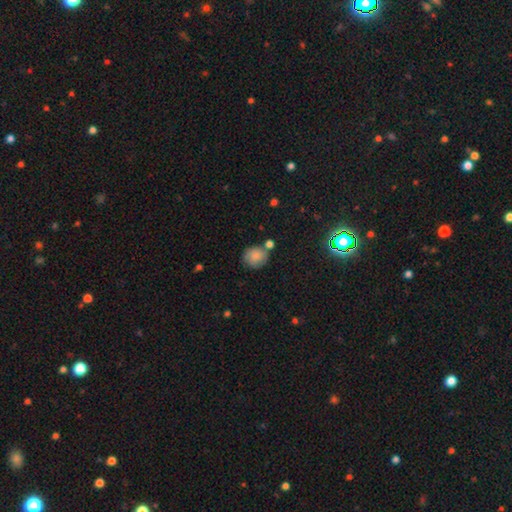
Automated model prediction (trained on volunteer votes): smooth-or-featured: smooth: 82% | featured or disk: 9% | star or artifact: 9%
  how-rounded: round: 82% | in between: 17% | cigar-shaped: 1%
  merging: none: 67% | minor disturbance: 16% | merger: 12% | major disturbance: 4%